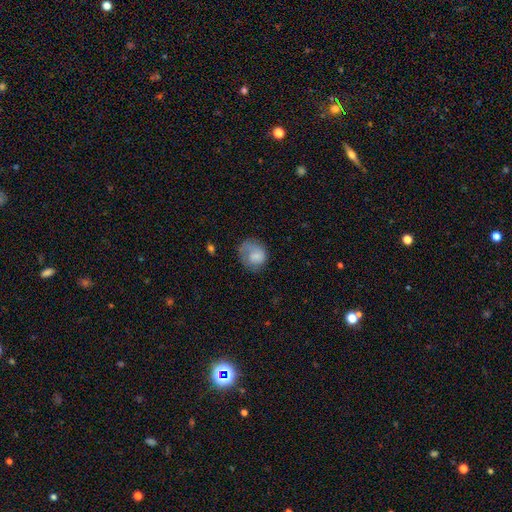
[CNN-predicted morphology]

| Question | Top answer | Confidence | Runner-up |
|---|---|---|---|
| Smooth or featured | smooth | 69% | featured or disk (23%) |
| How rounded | round | 65% | in between (34%) |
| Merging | none | 45% | minor disturbance (27%) |